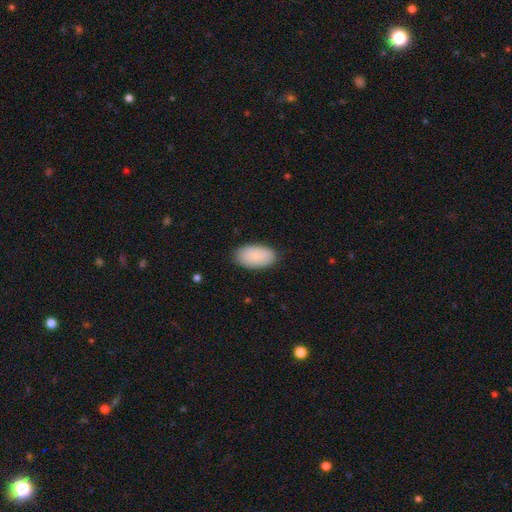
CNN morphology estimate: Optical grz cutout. It shows a smooth galaxy with no disk features (85%) that is in between round and cigar-shaped (95%). Merging: none (86%).